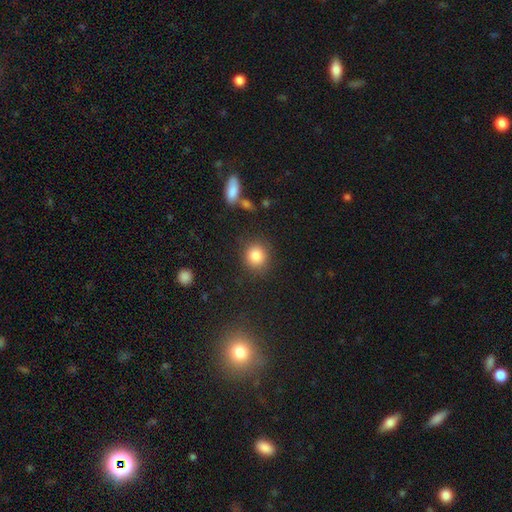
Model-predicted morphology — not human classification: Smooth or featured?
  - smooth: 85% *
  - star or artifact: 10%
  - featured or disk: 5%
How rounded?
  - round: 84% *
  - in between: 15%
  - cigar-shaped: 1%
Merging?
  - none: 84% *
  - minor disturbance: 10%
  - major disturbance: 4%
  - merger: 3%